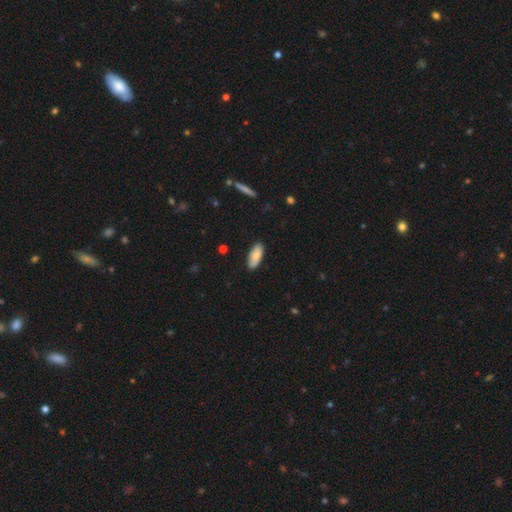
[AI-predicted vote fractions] smooth 84%, featured or disk 10%, star or artifact 6%. Down the decision tree: how rounded — in between (83%); merging — none (86%).